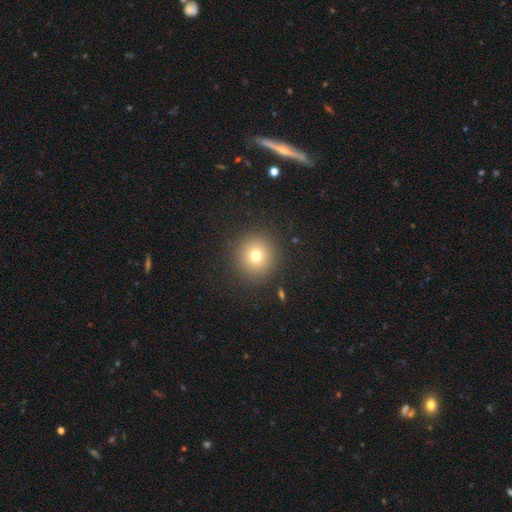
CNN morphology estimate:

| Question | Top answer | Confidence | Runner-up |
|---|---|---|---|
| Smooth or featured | smooth | 75% | star or artifact (14%) |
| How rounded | round | 93% | in between (6%) |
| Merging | none | 90% | minor disturbance (6%) |